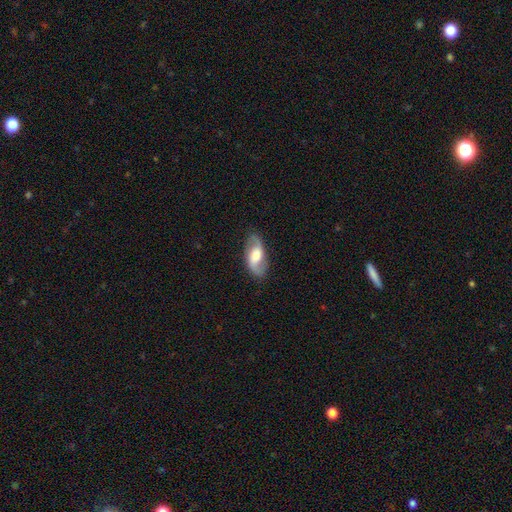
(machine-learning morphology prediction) Smooth or featured: featured or disk — 71% (smooth — 23%)
Edge-on disk: no — 94% (yes — 6%)
Bar: weak — 43% (no — 38%)
Spiral arms: yes — 90% (no — 10%)
Spiral winding: loose — 48% (medium — 39%)
Spiral arm count: 2 — 91% (can't tell — 4%)
Bulge size: moderate — 54% (large — 25%)
Merging: none — 83% (minor disturbance — 12%)